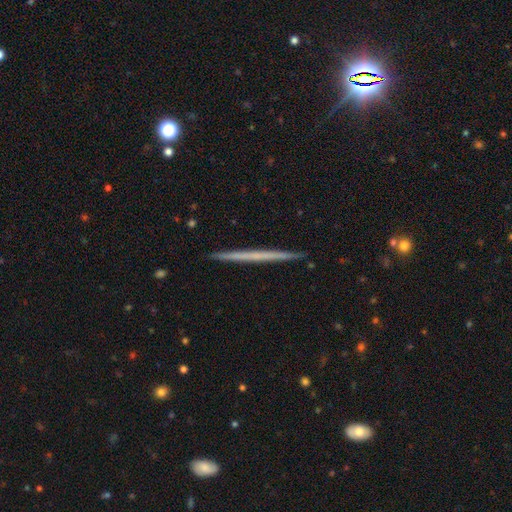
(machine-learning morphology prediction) Smooth or featured? featured or disk (53%)
Edge-on disk? yes (98%)
Edge-on bulge? none (93%)
Merging? none (92%)